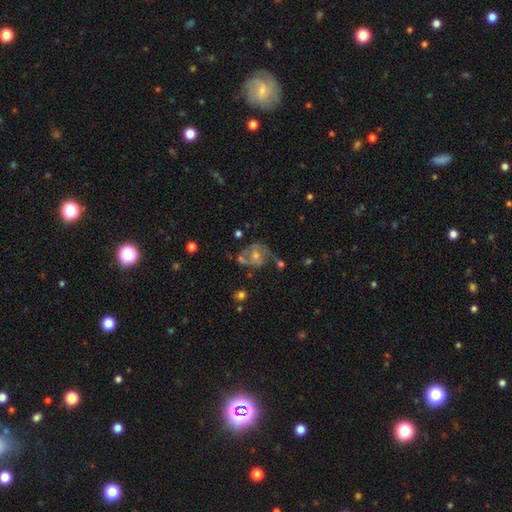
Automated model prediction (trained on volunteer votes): A featured or disk galaxy (70%) with no bar (61%), 2 (62%) medium (47%) spiral arms (78%) and a moderate central bulge (51%). Merging: none (50%).